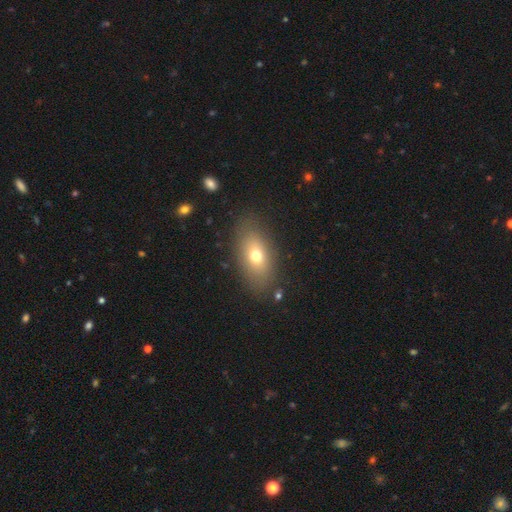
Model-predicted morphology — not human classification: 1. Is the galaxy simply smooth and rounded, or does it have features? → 69% smooth, 20% featured or disk, 11% star or artifact.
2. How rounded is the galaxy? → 84% in between, 12% round, 4% cigar-shaped.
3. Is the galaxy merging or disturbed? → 83% none, 11% minor disturbance, 5% major disturbance, 2% merger.